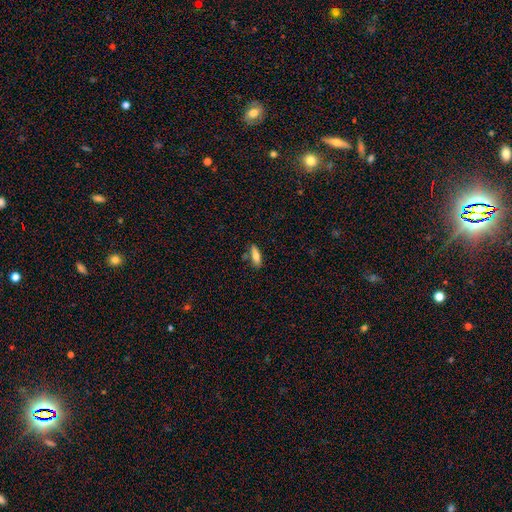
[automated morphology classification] smooth 73%, featured or disk 20%, star or artifact 7%. Down the decision tree: how rounded — cigar-shaped (49%); merging — none (74%).